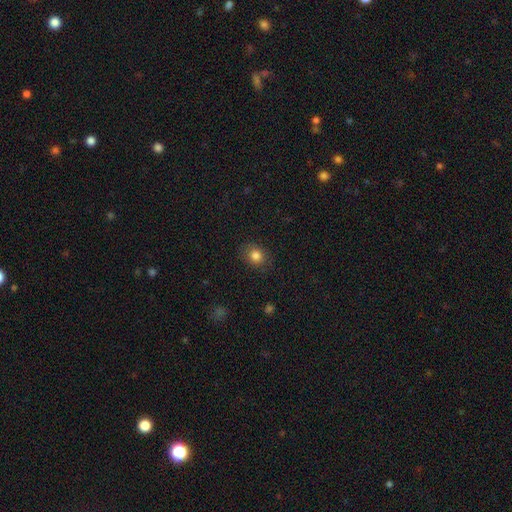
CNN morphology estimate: type=smooth (82%); roundness=round (61%); merging=none (84%).